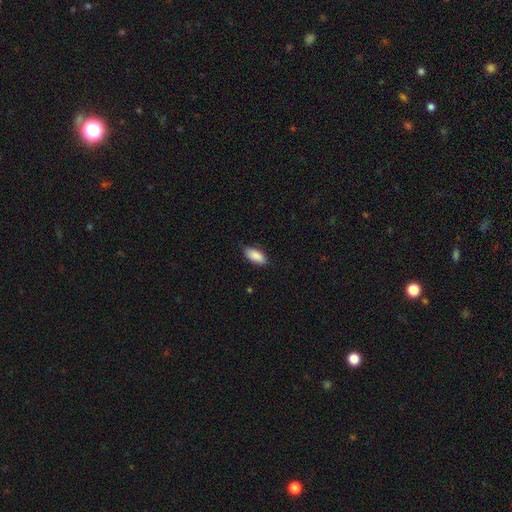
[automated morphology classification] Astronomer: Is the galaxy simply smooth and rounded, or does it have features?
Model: smooth — 89%.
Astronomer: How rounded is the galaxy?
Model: in between — 89%.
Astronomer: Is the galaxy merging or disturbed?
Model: none — 79%.